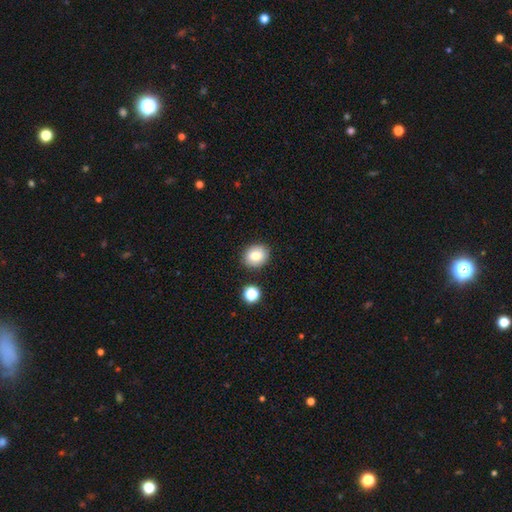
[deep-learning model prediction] Smooth or featured?
  - smooth: 82% *
  - star or artifact: 10%
  - featured or disk: 8%
How rounded?
  - round: 70% *
  - in between: 29%
  - cigar-shaped: 1%
Merging?
  - none: 86% *
  - minor disturbance: 8%
  - merger: 3%
  - major disturbance: 2%